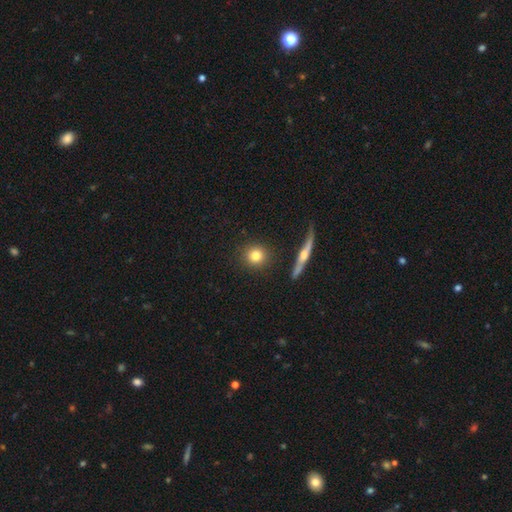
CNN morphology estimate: smooth 79%, featured or disk 11%, star or artifact 9%. Down the decision tree: how rounded — round (91%); merging — none (88%).